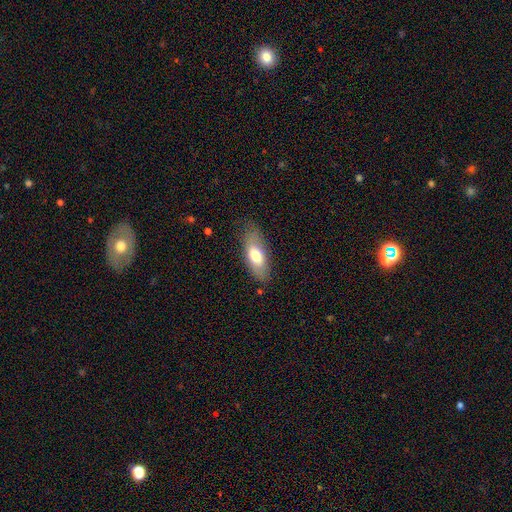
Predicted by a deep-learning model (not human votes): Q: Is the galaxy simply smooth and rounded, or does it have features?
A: smooth — 70%.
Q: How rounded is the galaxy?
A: in between — 77%.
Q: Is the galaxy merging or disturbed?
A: none — 75%.